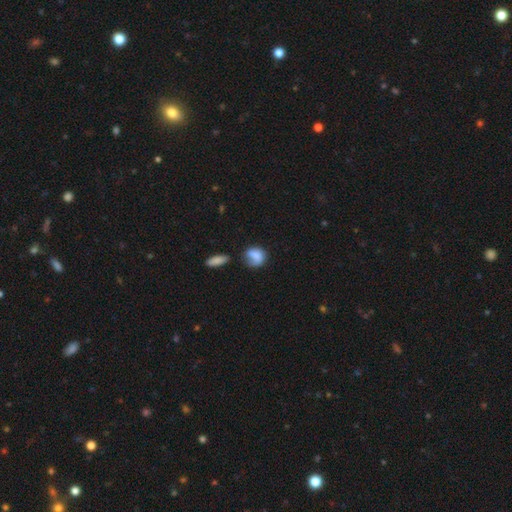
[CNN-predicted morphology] This is likely a smooth galaxy (73%). How rounded: possibly round (49%). Merging: marginally none (40%).